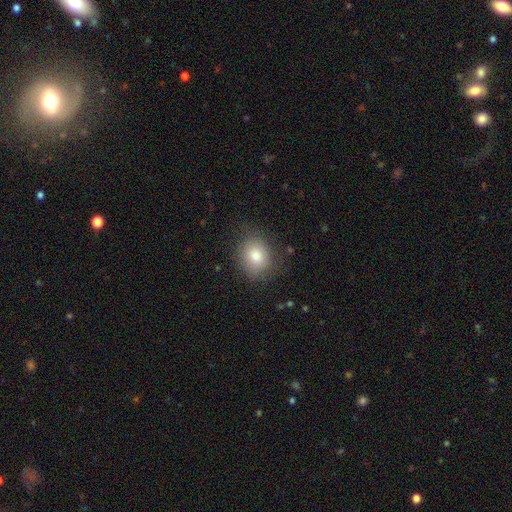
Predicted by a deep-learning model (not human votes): Smooth or featured?
  - smooth: 80% *
  - featured or disk: 11%
  - star or artifact: 10%
How rounded?
  - round: 62% *
  - in between: 37%
  - cigar-shaped: 1%
Merging?
  - none: 80% *
  - minor disturbance: 15%
  - major disturbance: 4%
  - merger: 1%